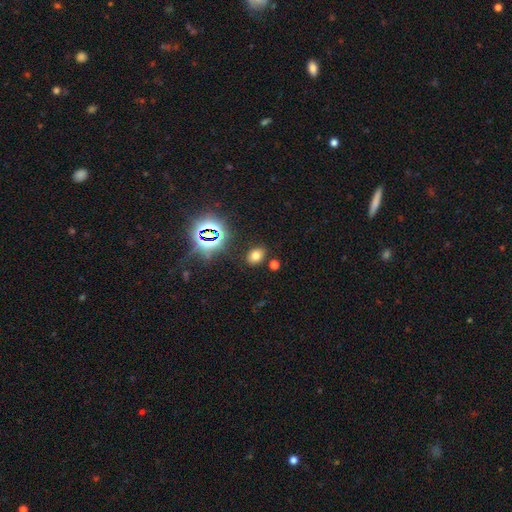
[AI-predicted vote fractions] Smooth or featured? Predicted: smooth (p=0.67). How rounded? Predicted: in between (p=0.69). Merging? Predicted: none (p=0.84).